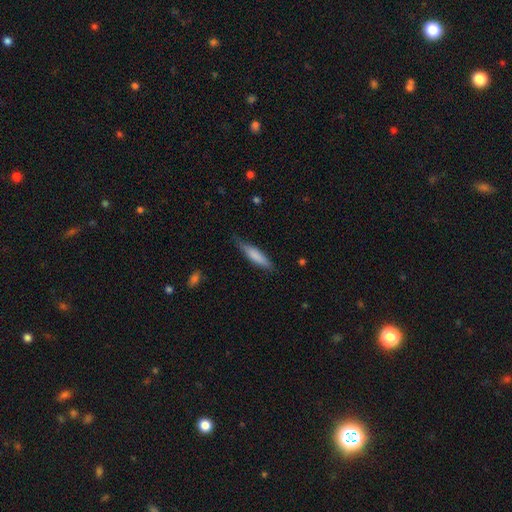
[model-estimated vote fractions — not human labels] Overall: smooth (77%). How rounded: cigar-shaped (81%). Merging: none (73%).